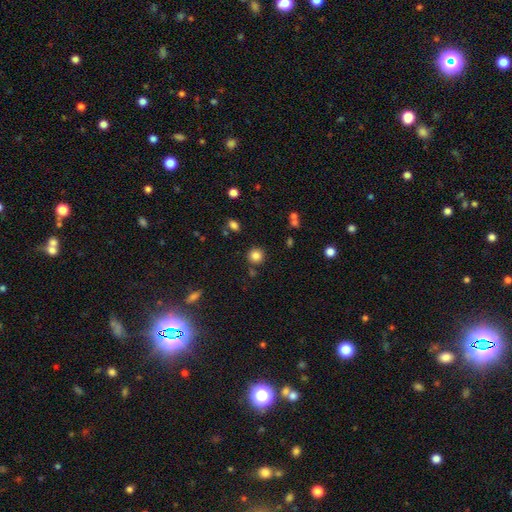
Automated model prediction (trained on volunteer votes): A smooth galaxy with no disk features (83%) that is round (93%).

Vote fractions:
- Smooth or featured? smooth: 83% / star or artifact: 12% / featured or disk: 5%
- How rounded? round: 93% / in between: 6% / cigar-shaped: 1%
- Merging? none: 85% / minor disturbance: 8% / merger: 5% / major disturbance: 3%